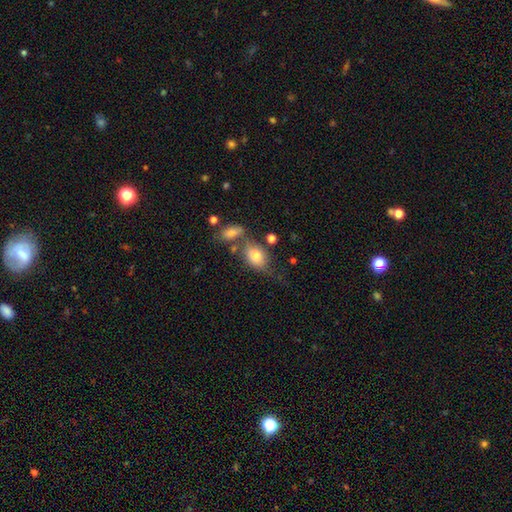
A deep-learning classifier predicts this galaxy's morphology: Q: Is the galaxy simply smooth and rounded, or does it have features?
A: smooth — 77%.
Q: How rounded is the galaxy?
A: in between — 78%.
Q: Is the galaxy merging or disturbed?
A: none — 52%.